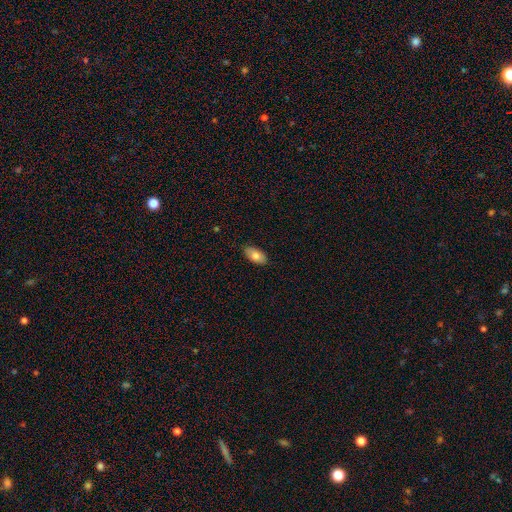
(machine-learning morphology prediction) smooth-or-featured: smooth: 79% | featured or disk: 14% | star or artifact: 6%
  how-rounded: in between: 94% | cigar-shaped: 4% | round: 3%
  merging: none: 87% | minor disturbance: 10% | major disturbance: 2% | merger: 1%